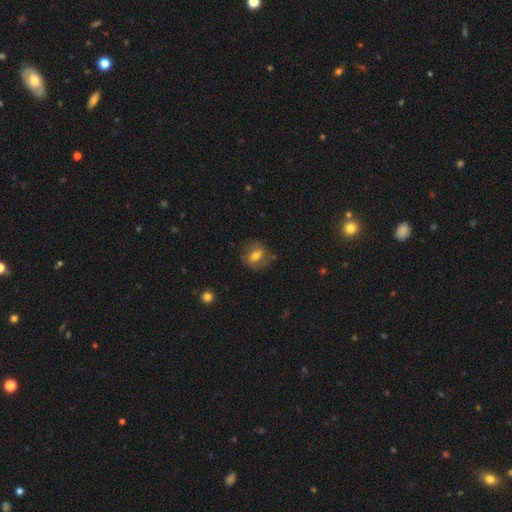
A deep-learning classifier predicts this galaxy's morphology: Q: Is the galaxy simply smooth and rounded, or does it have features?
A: smooth — 67%.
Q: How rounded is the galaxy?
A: round — 54%.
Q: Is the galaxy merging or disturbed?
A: none — 70%.